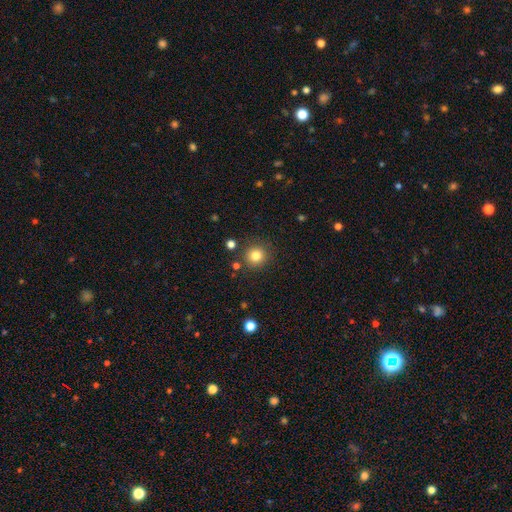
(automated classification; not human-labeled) This is clearly a smooth galaxy (82%). How rounded: clearly round (93%). Merging: clearly none (87%).